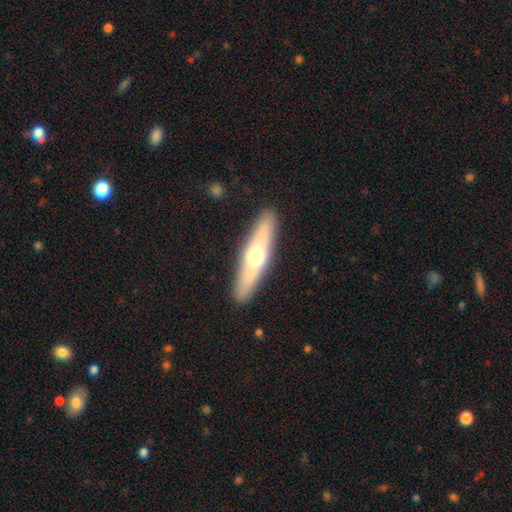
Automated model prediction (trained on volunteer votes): The model was most divided on "smooth or featured": featured or disk: 50%, smooth: 45%, star or artifact: 6%. More confident: merging — none (90%).